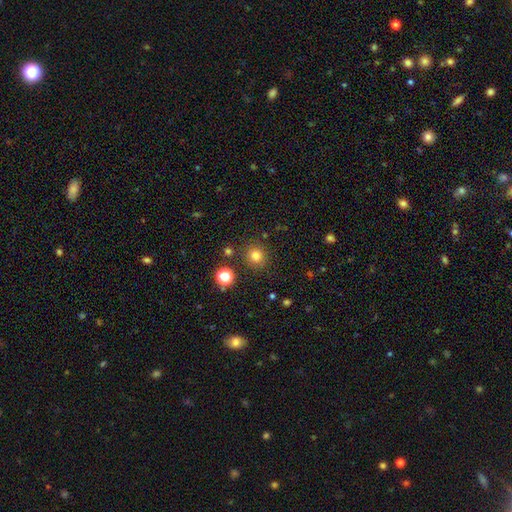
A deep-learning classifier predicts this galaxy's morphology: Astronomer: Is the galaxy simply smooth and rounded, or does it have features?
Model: smooth — 79%.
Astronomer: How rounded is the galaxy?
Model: round — 90%.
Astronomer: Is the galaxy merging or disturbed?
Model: none — 87%.